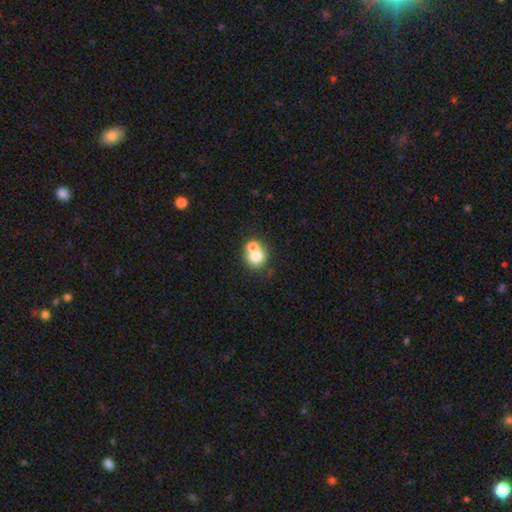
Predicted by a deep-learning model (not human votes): smooth 73%, featured or disk 15%, star or artifact 12%. Down the decision tree: how rounded — round (80%); merging — merger (48%).